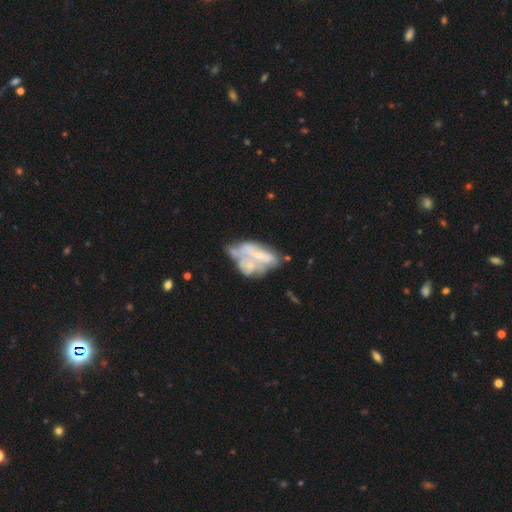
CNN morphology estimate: This is likely a featured or disk galaxy (63%). It is clearly not viewed edge-on (96%). Bar: clearly no (82%). Spiral arm pattern: clearly no (85%). Central bulge: marginally small (40%). Merging: marginally merger (39%).